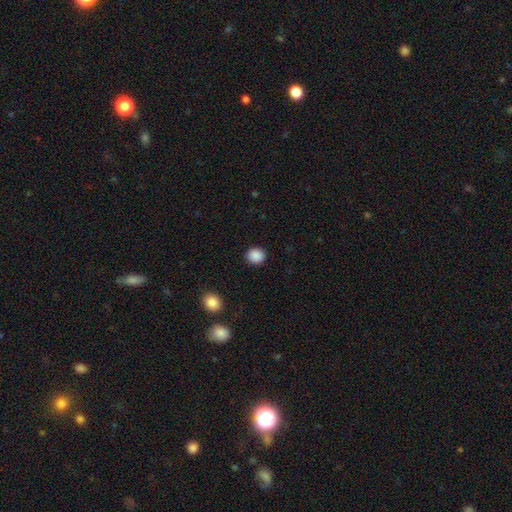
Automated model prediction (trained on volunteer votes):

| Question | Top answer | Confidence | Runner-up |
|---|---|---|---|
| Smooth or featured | smooth | 89% | star or artifact (9%) |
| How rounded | round | 82% | in between (17%) |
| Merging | none | 91% | minor disturbance (6%) |